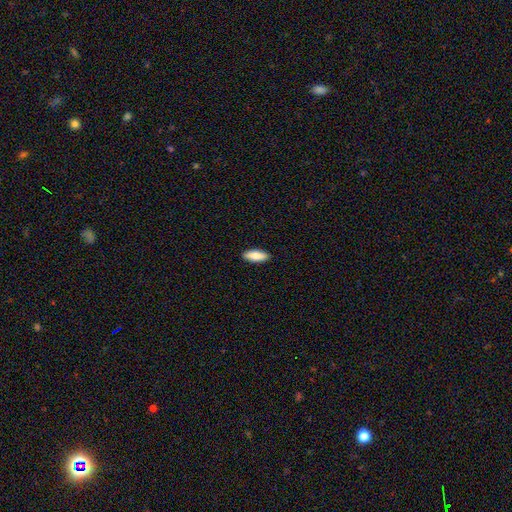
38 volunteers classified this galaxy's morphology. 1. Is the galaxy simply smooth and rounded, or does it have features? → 84% smooth, 11% featured or disk, 5% star or artifact.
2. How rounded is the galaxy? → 66% in between, 28% cigar-shaped, 6% round.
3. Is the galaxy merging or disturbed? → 89% none, 6% major disturbance, 3% minor disturbance, 3% merger.